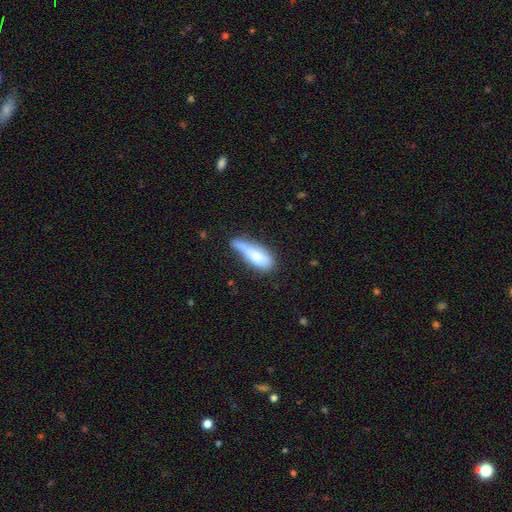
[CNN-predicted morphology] This is likely a smooth galaxy (73%). How rounded: possibly in between (54%). Merging: marginally minor disturbance (35%).